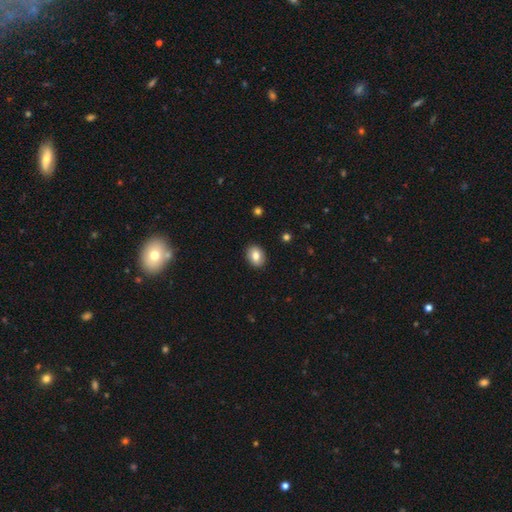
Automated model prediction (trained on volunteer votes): Morphology: type=smooth (83%); roundness=in between (64%); merging=none (90%).